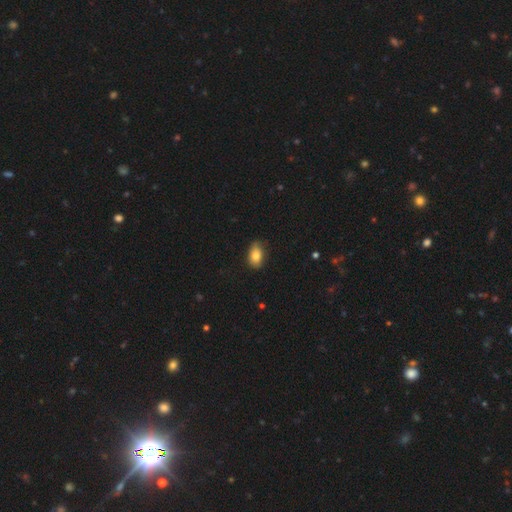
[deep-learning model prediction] A smooth galaxy with no disk features (82%) that is in between round and cigar-shaped (89%). Merging: none (78%).